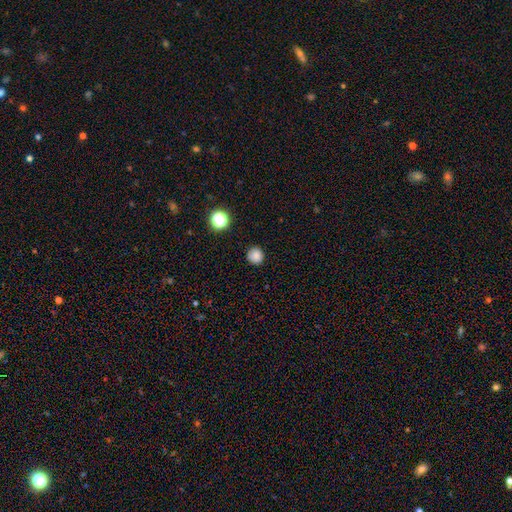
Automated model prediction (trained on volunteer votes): This is clearly a smooth galaxy (84%). How rounded: clearly round (93%). Merging: clearly none (90%).